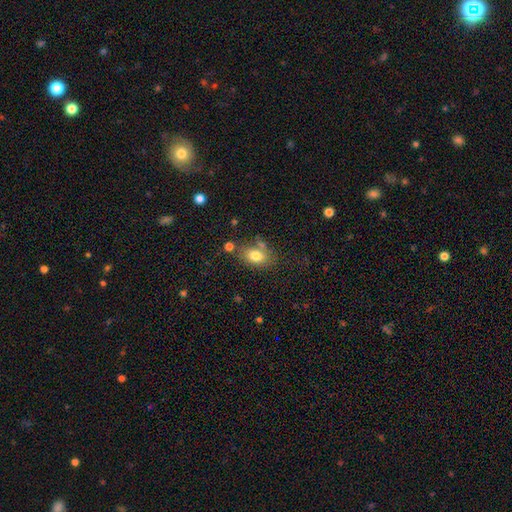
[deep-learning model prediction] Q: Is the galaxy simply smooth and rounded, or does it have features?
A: smooth — 79%.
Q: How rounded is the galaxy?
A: in between — 78%.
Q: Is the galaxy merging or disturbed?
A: none — 63%.